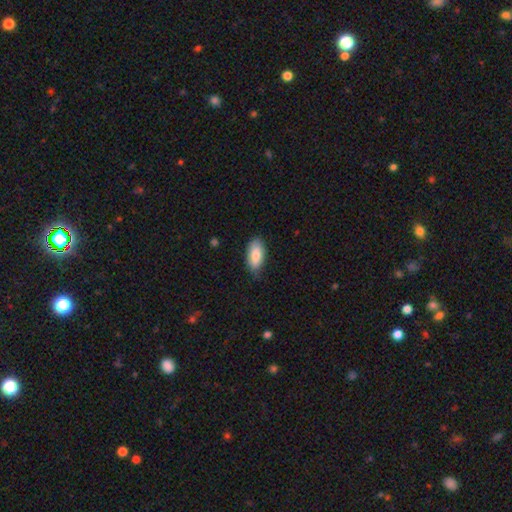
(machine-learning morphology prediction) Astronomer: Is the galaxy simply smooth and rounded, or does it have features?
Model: smooth — 81%.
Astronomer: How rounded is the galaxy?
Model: in between — 91%.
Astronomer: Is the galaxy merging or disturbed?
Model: none — 79%.